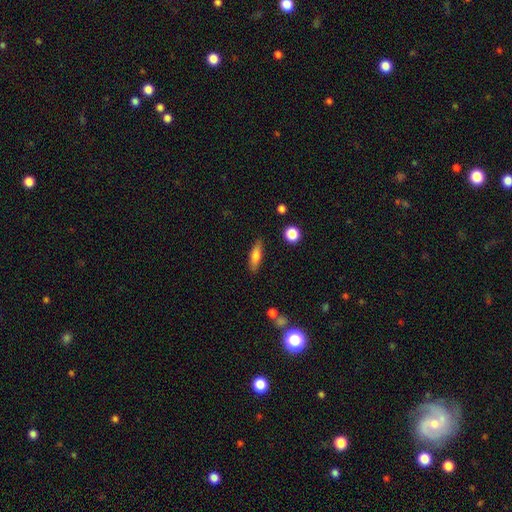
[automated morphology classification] A smooth galaxy with no disk features (70%) that is cigar-shaped (54%).

Vote fractions:
- Smooth or featured? smooth: 70% / featured or disk: 23% / star or artifact: 8%
- How rounded? cigar-shaped: 54% / in between: 43% / round: 3%
- Merging? none: 85% / minor disturbance: 11% / major disturbance: 3% / merger: 2%